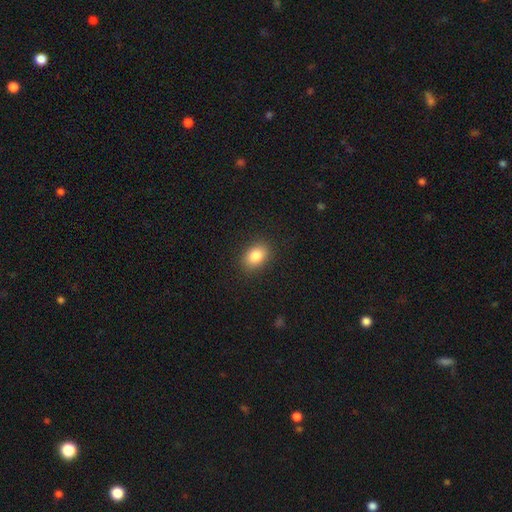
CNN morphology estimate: Overall: smooth (84%). How rounded: in between (74%). Merging: none (88%).